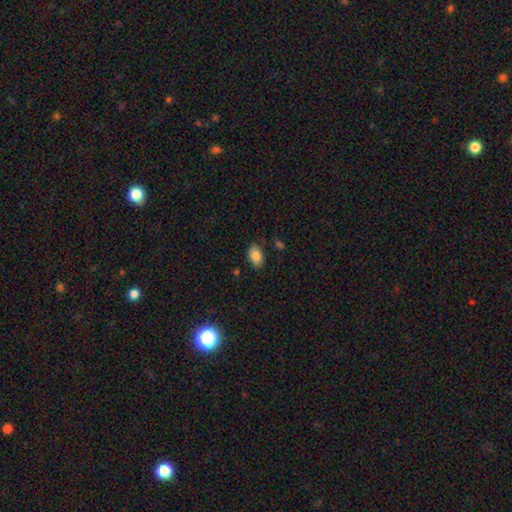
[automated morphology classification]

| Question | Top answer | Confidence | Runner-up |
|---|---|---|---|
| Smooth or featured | smooth | 84% | featured or disk (8%) |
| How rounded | in between | 90% | round (9%) |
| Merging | none | 83% | minor disturbance (13%) |